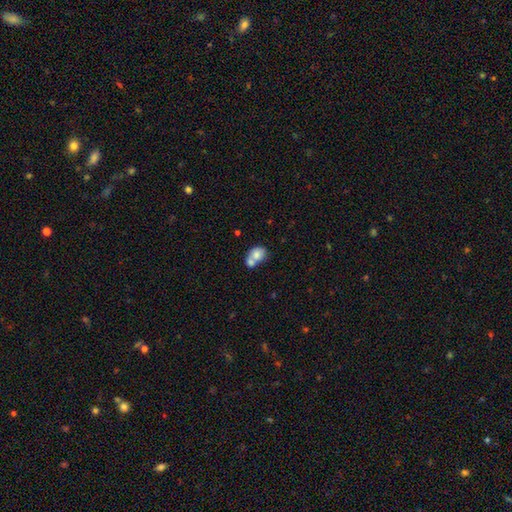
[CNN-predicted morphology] type=smooth (74%); roundness=in between (57%); merging=merger (61%).